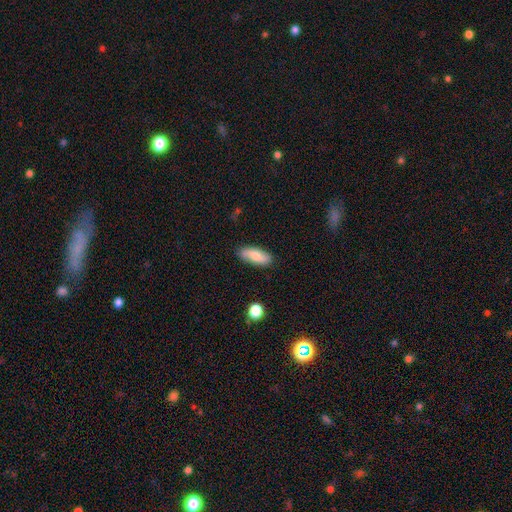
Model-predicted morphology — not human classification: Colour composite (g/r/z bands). It shows a smooth galaxy with no disk features (72%) that is in between round and cigar-shaped (77%). Merging: none (84%).